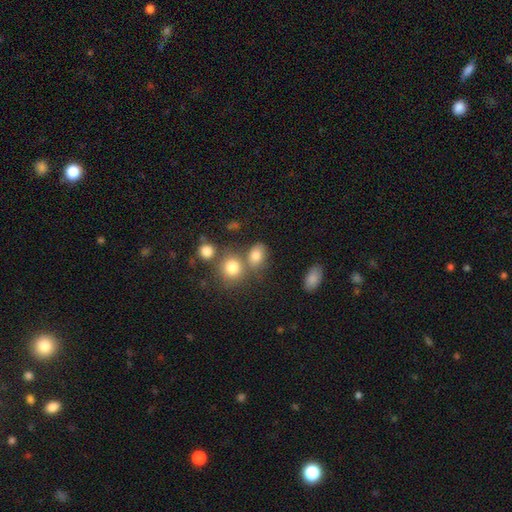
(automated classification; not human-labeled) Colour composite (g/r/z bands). It shows a smooth galaxy with no disk features (79%) that is in between round and cigar-shaped (62%). Merging: none (55%).